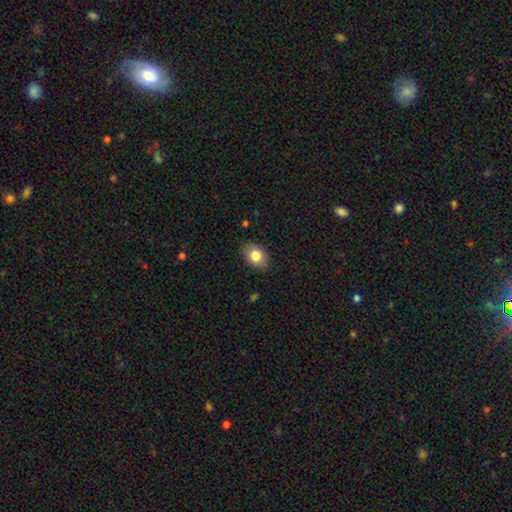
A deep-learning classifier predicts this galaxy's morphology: Q: Smooth or featured?
A: smooth (82%); runner-up: featured or disk (9%)
Q: How rounded?
A: in between (77%); runner-up: round (22%)
Q: Merging?
A: none (84%); runner-up: minor disturbance (12%)